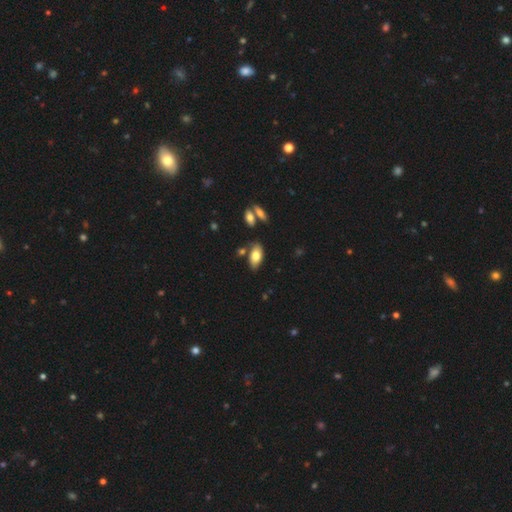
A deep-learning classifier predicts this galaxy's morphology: Smooth or featured? Predicted: smooth (p=0.77). How rounded? Predicted: in between (p=0.91). Merging? Predicted: none (p=0.71).